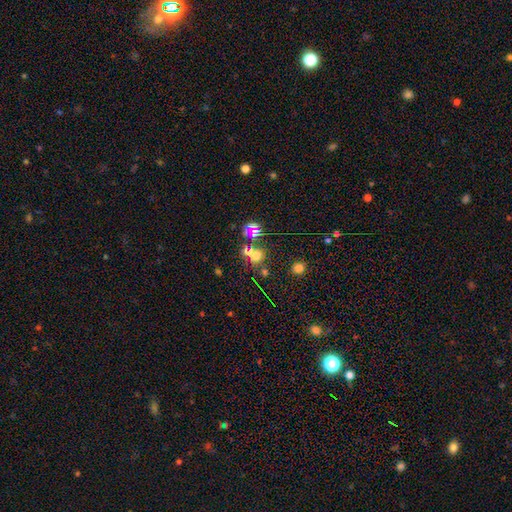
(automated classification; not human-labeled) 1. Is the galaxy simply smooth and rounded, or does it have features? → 50% smooth, 38% star or artifact, 12% featured or disk.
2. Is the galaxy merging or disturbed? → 58% none, 30% merger, 8% minor disturbance, 5% major disturbance.